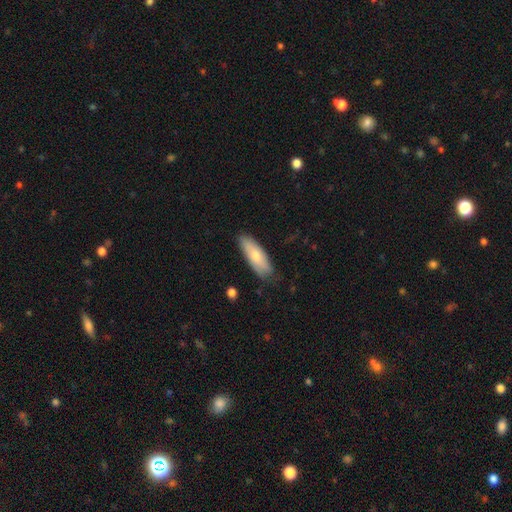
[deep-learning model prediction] A smooth galaxy with no disk features (71%) that is in between round and cigar-shaped (62%). Merging: none (76%).